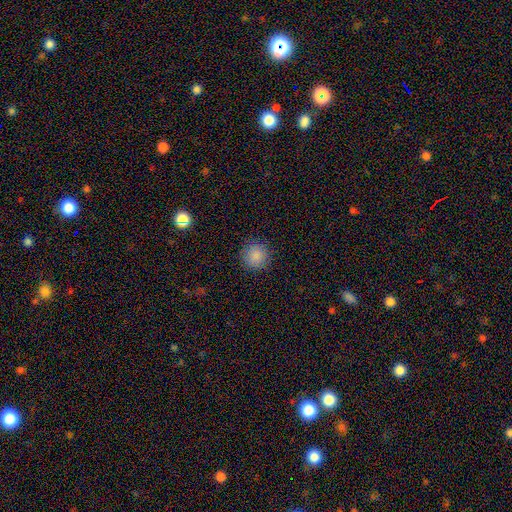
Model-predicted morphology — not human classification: The model was most divided on "smooth or featured": smooth: 87%, star or artifact: 10%, featured or disk: 4%. More confident: how rounded — round (95%); merging — none (90%).